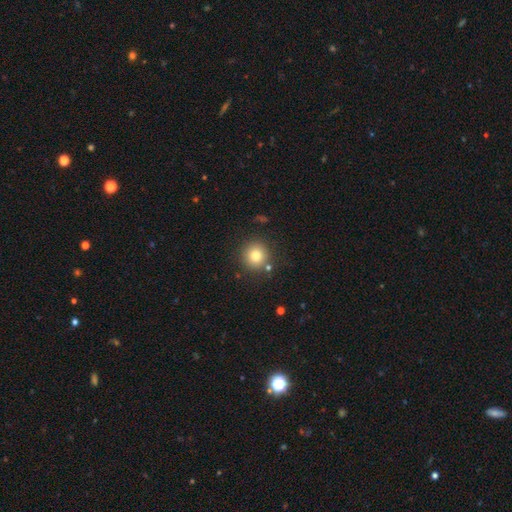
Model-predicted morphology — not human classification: smooth-or-featured: smooth: 80% | star or artifact: 12% | featured or disk: 8%
  how-rounded: round: 93% | in between: 6% | cigar-shaped: 1%
  merging: none: 86% | minor disturbance: 8% | merger: 4% | major disturbance: 3%